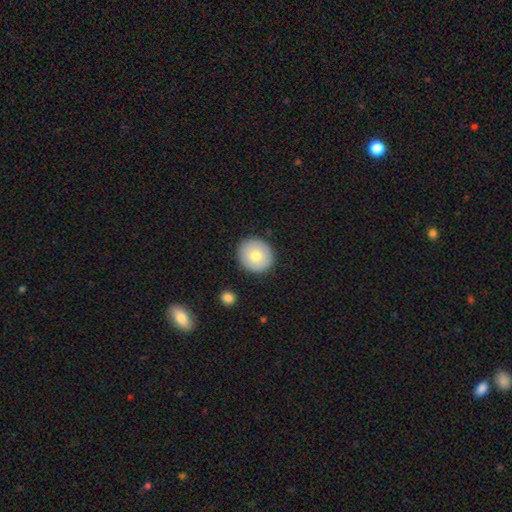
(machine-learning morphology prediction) A smooth galaxy with no disk features (74%) that is round (85%).

Vote fractions:
- Smooth or featured? smooth: 74% / featured or disk: 18% / star or artifact: 8%
- How rounded? round: 85% / in between: 14% / cigar-shaped: 1%
- Merging? none: 89% / minor disturbance: 7% / major disturbance: 2% / merger: 1%